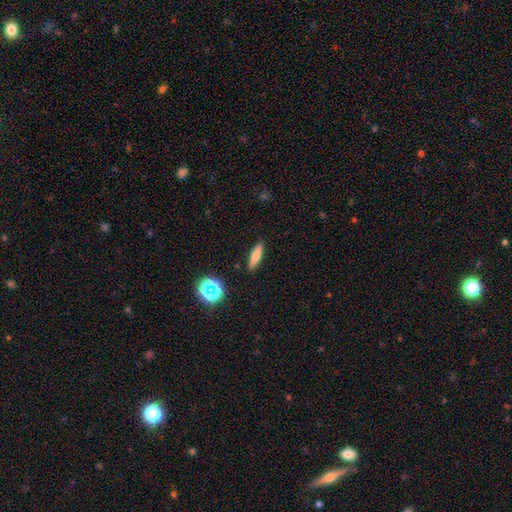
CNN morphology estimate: The model was most divided on "smooth or featured": smooth: 63%, featured or disk: 26%, star or artifact: 11%. More confident: merging — none (90%); how rounded — cigar-shaped (69%).